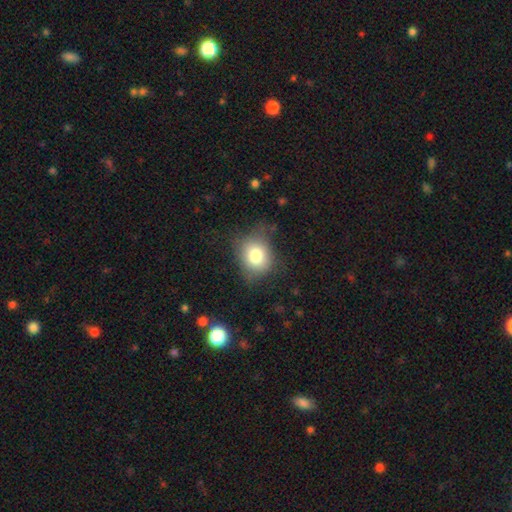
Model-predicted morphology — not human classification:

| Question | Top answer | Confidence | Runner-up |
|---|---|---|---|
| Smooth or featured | smooth | 79% | featured or disk (11%) |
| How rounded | round | 61% | in between (38%) |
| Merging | none | 65% | minor disturbance (25%) |